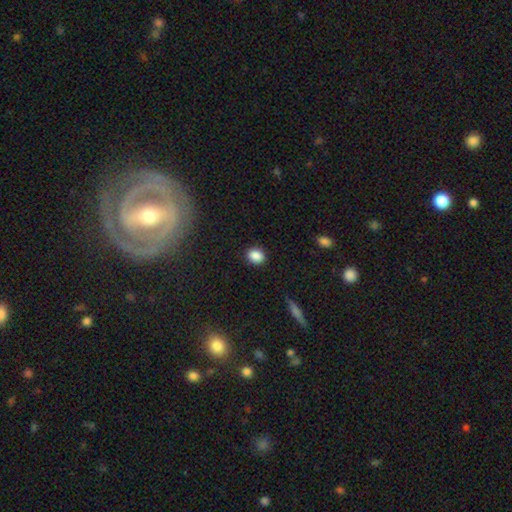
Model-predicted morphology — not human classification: smooth-or-featured: smooth: 87% | star or artifact: 9% | featured or disk: 4%
  how-rounded: round: 53% | in between: 46% | cigar-shaped: 1%
  merging: none: 88% | minor disturbance: 8% | major disturbance: 2% | merger: 1%